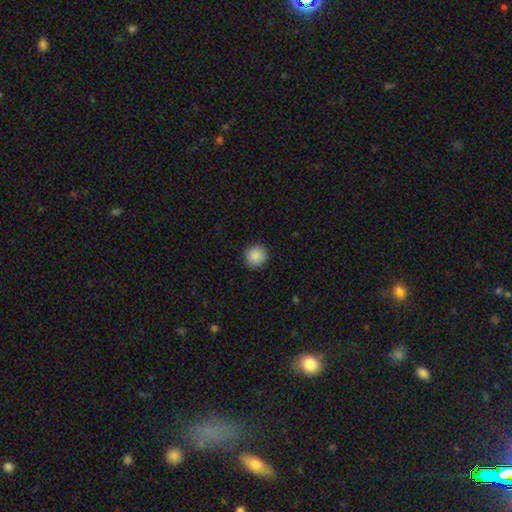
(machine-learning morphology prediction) A smooth galaxy with no disk features (89%) that is round (92%). Merging: none (92%).